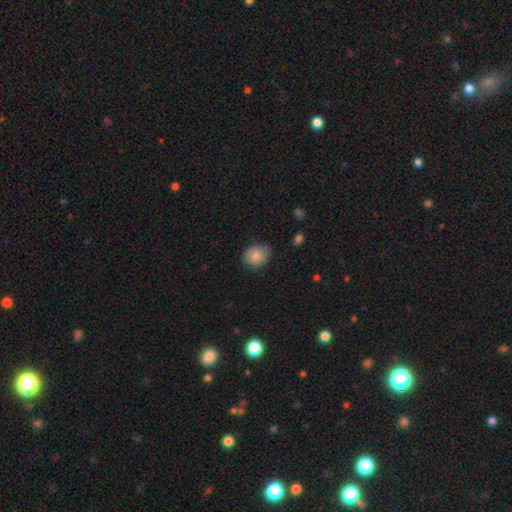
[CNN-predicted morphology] Overall: smooth (81%). How rounded: round (65%; in between 35%). Merging: none (71%).